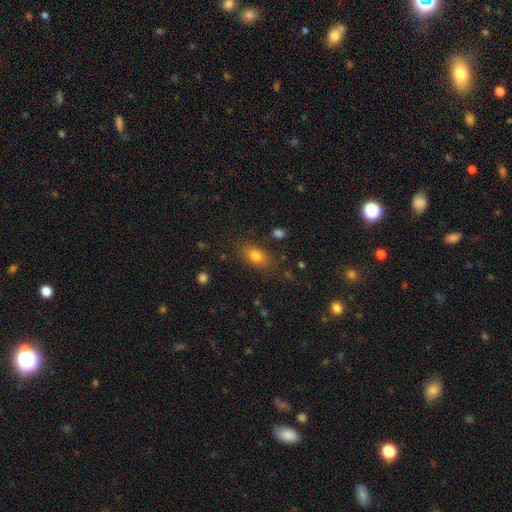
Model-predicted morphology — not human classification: This is likely a smooth galaxy (79%). How rounded: clearly in between (82%). Merging: clearly none (80%).